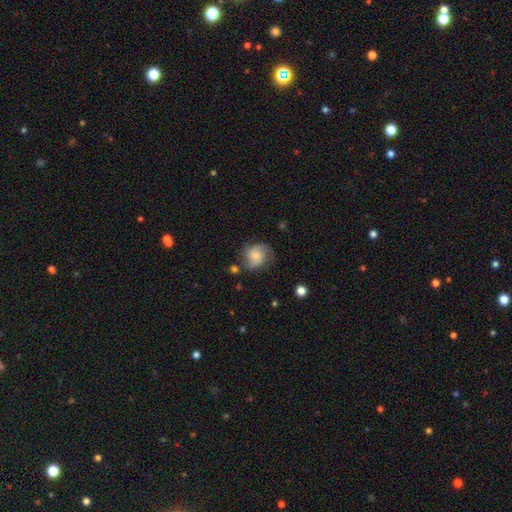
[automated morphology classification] A smooth galaxy with no disk features (50%). Merging: none (59%).